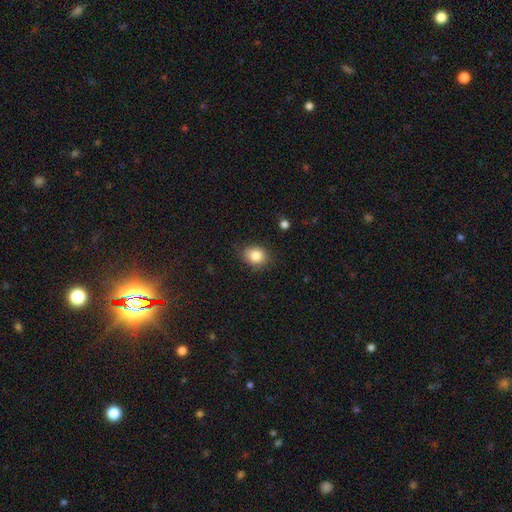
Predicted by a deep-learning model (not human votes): Smooth or featured? Predicted: smooth (p=0.85). How rounded? Predicted: round (p=0.56). Merging? Predicted: none (p=0.83).